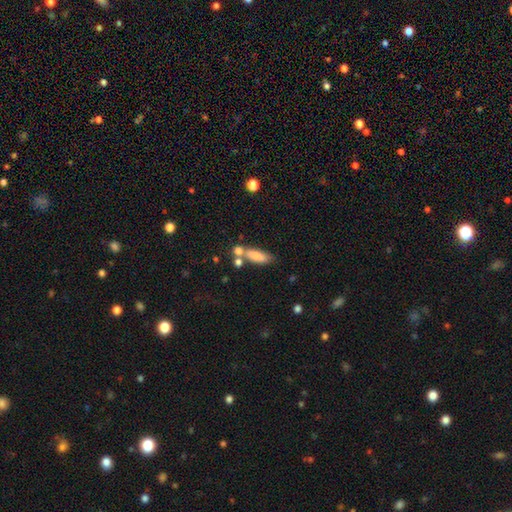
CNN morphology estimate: Smooth or featured? smooth (77%)
How rounded? in between (59%)
Merging? none (50%)